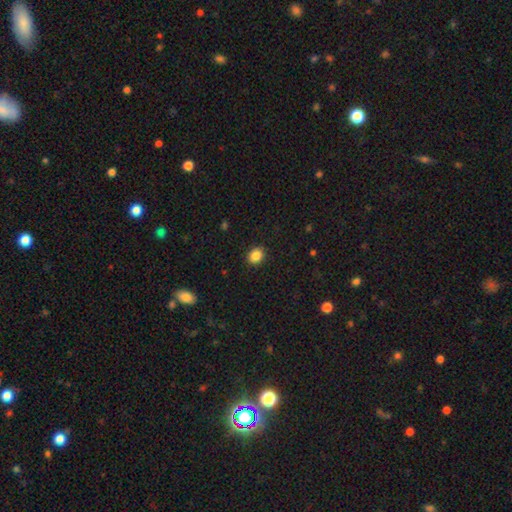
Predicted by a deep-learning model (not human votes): smooth 87%, star or artifact 10%, featured or disk 4%. Down the decision tree: how rounded — round (59%); merging — none (91%).